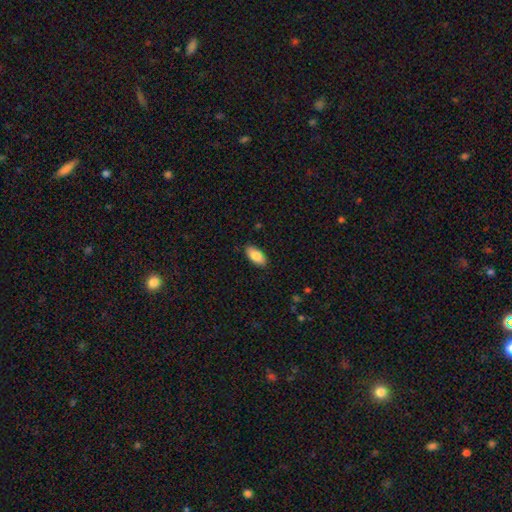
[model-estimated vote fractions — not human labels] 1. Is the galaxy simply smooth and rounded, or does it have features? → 85% smooth, 9% featured or disk, 6% star or artifact.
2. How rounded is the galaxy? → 91% in between, 6% cigar-shaped, 2% round.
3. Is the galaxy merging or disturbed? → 87% none, 10% minor disturbance, 2% major disturbance, 1% merger.